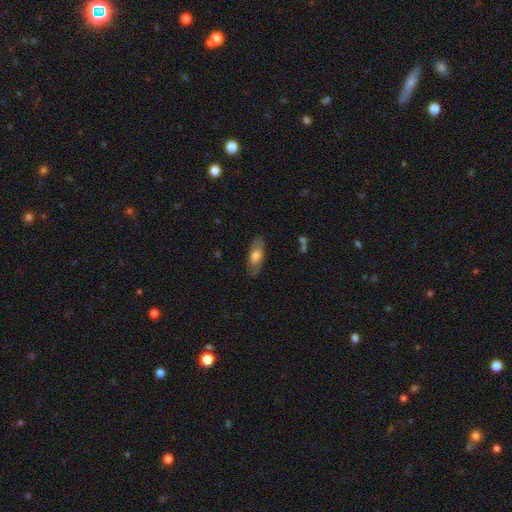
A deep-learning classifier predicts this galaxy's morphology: smooth 66%, featured or disk 28%, star or artifact 6%. Down the decision tree: how rounded — in between (79%); merging — none (80%).